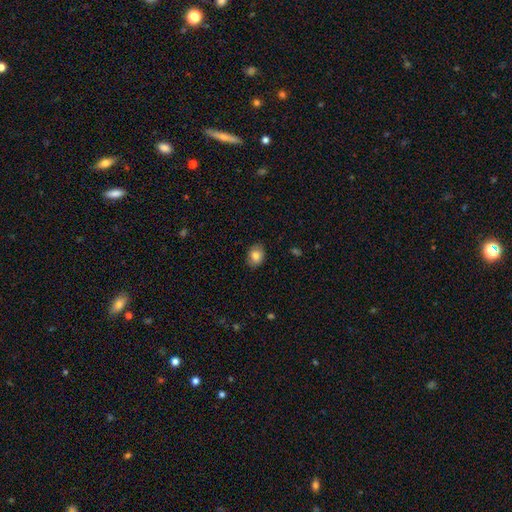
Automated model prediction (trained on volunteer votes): Q: Smooth or featured?
A: smooth (82%); runner-up: featured or disk (10%)
Q: How rounded?
A: in between (66%); runner-up: round (33%)
Q: Merging?
A: none (87%); runner-up: minor disturbance (10%)